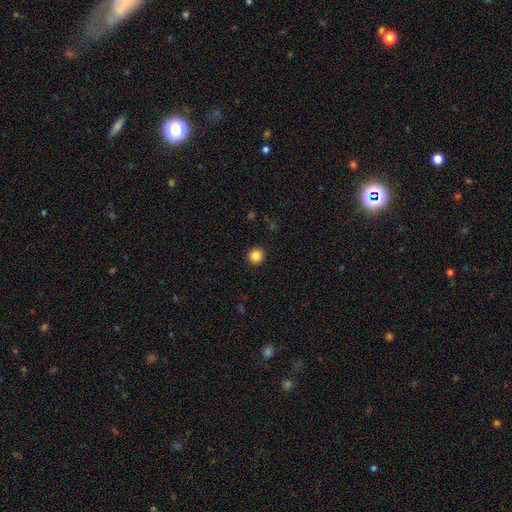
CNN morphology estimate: A smooth galaxy with no disk features (85%) that is round (94%). Merging: none (93%).